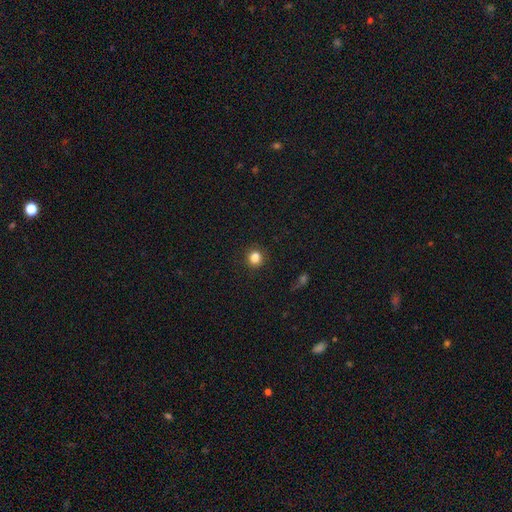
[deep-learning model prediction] A smooth galaxy with no disk features (85%) that is round (85%).

Vote fractions:
- Smooth or featured? smooth: 85% / star or artifact: 11% / featured or disk: 4%
- How rounded? round: 85% / in between: 14% / cigar-shaped: 1%
- Merging? none: 89% / minor disturbance: 7% / major disturbance: 2% / merger: 1%